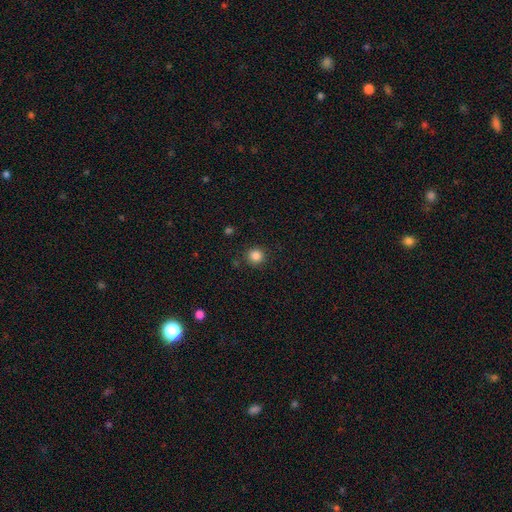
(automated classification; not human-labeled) smooth_or_featured: smooth (p=0.85) [alt: star or artifact p=0.12]
how_rounded: round (p=0.93) [alt: in between p=0.06]
merging: none (p=0.88) [alt: minor disturbance p=0.07]